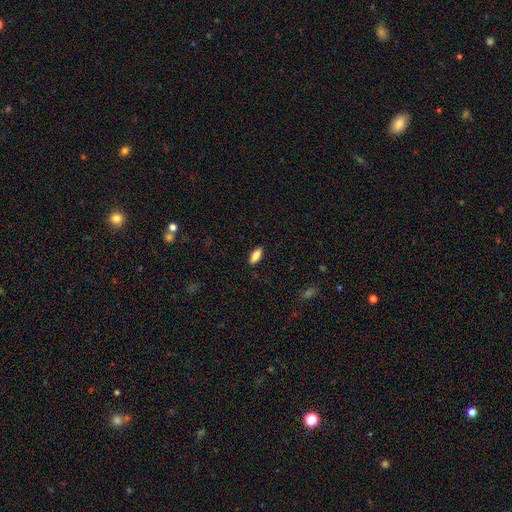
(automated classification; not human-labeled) This appears to be a smooth galaxy with no disk features (82%) that is in between round and cigar-shaped (81%). Merging: none (88%).